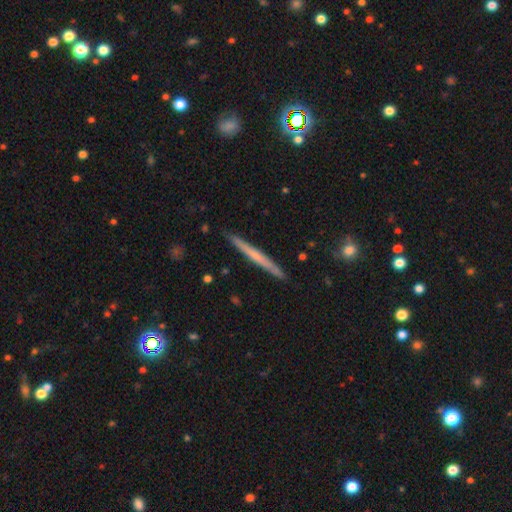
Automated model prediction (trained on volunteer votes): featured or disk 53%, smooth 42%, star or artifact 6%. Down the decision tree: edge-on disk — yes (98%); edge-on bulge — none (74%); merging — none (91%).